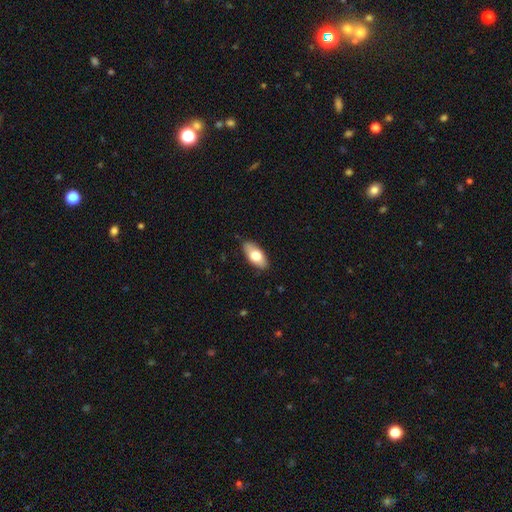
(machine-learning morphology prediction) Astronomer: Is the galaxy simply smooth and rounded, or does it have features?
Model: smooth — 71%.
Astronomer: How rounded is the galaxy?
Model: in between — 89%.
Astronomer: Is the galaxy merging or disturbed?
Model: none — 86%.